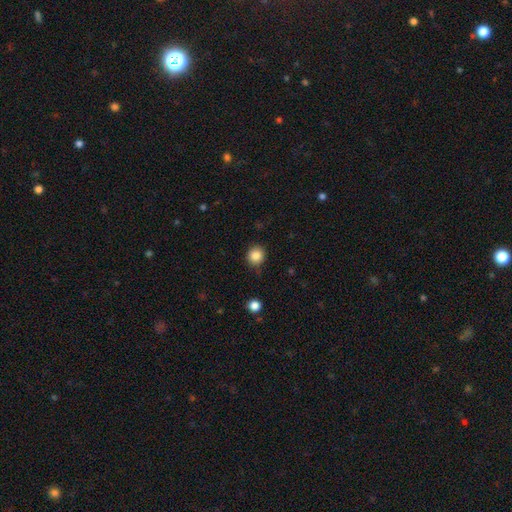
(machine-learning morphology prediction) Q: Smooth or featured?
A: smooth (85%); runner-up: star or artifact (10%)
Q: How rounded?
A: round (90%); runner-up: in between (9%)
Q: Merging?
A: none (83%); runner-up: minor disturbance (12%)